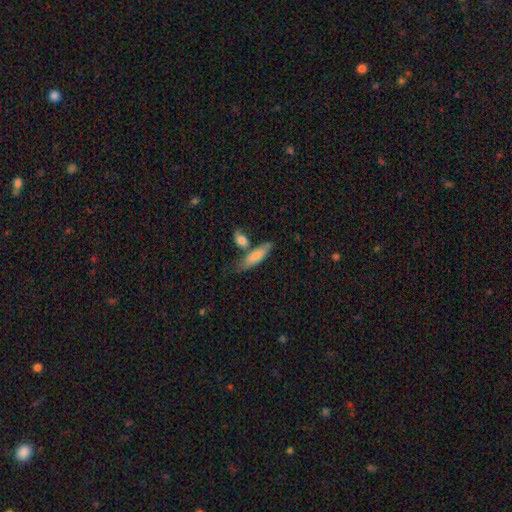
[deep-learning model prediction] Overall: smooth (73%). How rounded: cigar-shaped (50%; in between 47%). Merging: none (54%; merger 23%).